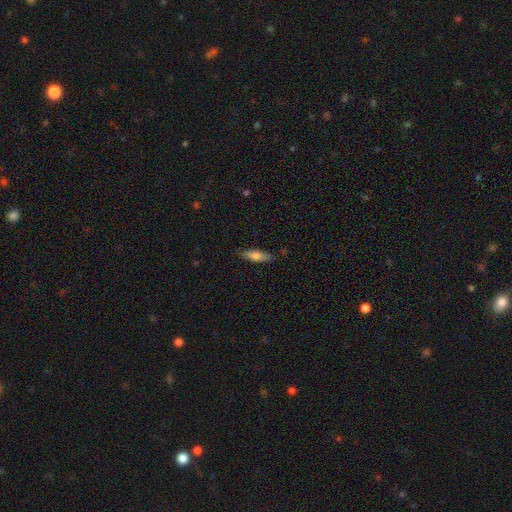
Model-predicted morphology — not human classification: Q: Smooth or featured?
A: smooth (68%); runner-up: featured or disk (26%)
Q: How rounded?
A: cigar-shaped (56%); runner-up: in between (42%)
Q: Merging?
A: none (83%); runner-up: minor disturbance (13%)